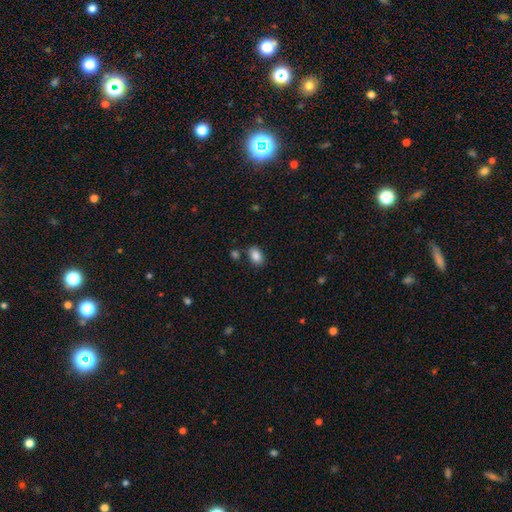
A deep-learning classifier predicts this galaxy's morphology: The model was most divided on "merging": none: 80%, minor disturbance: 11%, merger: 6%, major disturbance: 3%. More confident: smooth or featured — smooth (87%); how rounded — in between (85%).